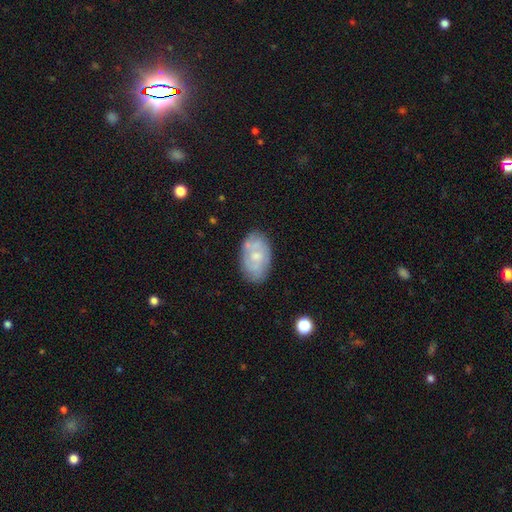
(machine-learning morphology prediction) featured or disk 49%, smooth 43%, star or artifact 7%. Down the decision tree: merging — none (73%).